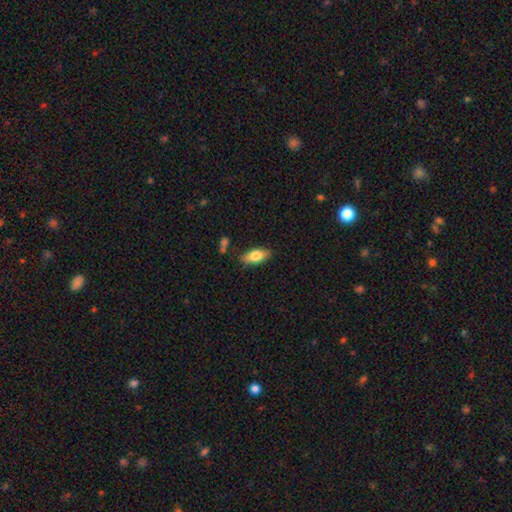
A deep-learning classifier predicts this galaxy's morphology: smooth 78%, featured or disk 16%, star or artifact 7%. Down the decision tree: how rounded — in between (84%); merging — none (80%).